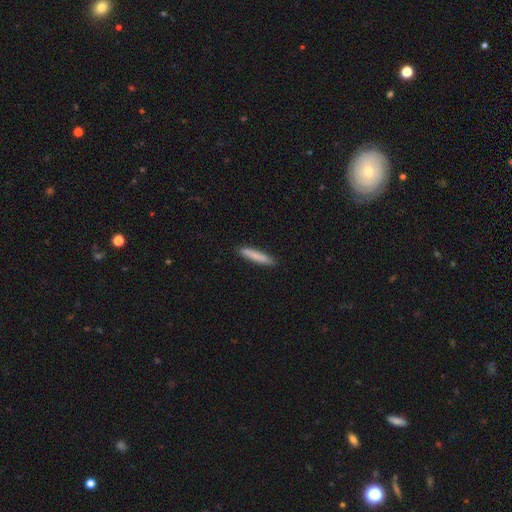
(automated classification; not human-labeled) Smooth or featured? Predicted: smooth (p=0.81). How rounded? Predicted: cigar-shaped (p=0.93). Merging? Predicted: none (p=0.90).